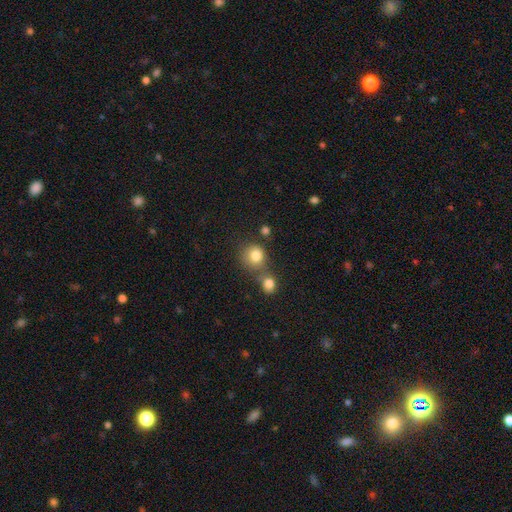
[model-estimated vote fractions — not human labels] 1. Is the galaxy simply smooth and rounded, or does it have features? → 82% smooth, 11% star or artifact, 7% featured or disk.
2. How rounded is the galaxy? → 87% round, 12% in between, 1% cigar-shaped.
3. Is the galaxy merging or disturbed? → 55% none, 30% merger, 11% minor disturbance, 4% major disturbance.